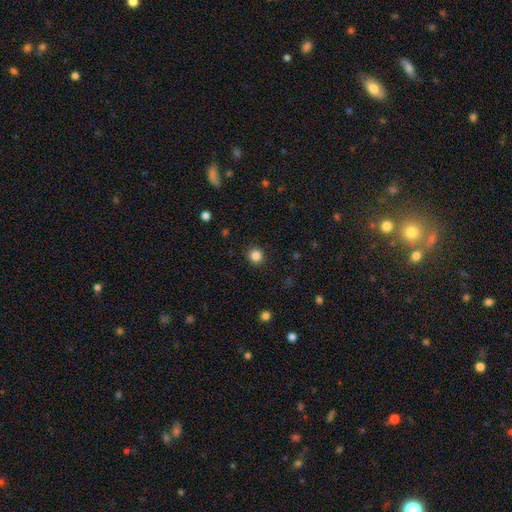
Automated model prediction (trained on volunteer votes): Overall: smooth (85%). How rounded: round (91%). Merging: none (91%).